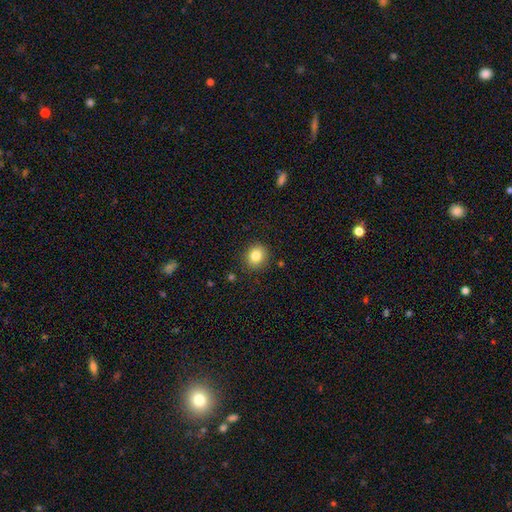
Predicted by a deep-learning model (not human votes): smooth-or-featured: smooth: 83% | star or artifact: 10% | featured or disk: 7%
  how-rounded: round: 82% | in between: 17% | cigar-shaped: 1%
  merging: none: 88% | minor disturbance: 8% | major disturbance: 2% | merger: 1%